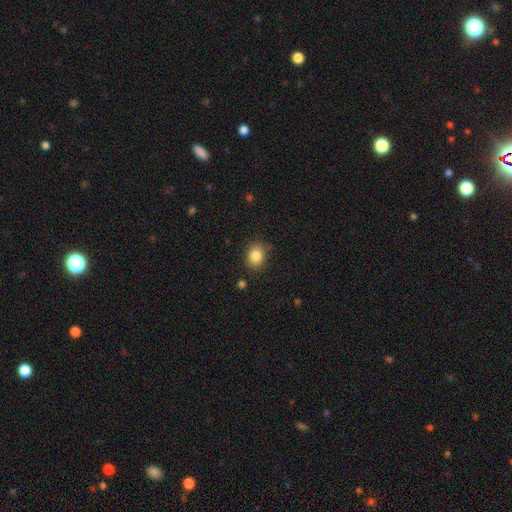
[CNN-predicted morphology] Smooth or featured? Predicted: smooth (p=0.84). How rounded? Predicted: in between (p=0.53). Merging? Predicted: none (p=0.82).